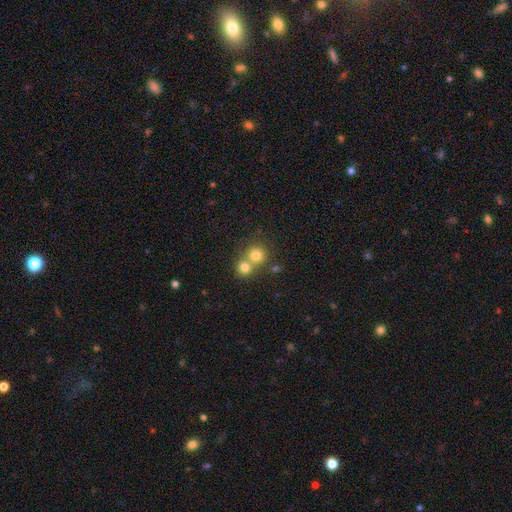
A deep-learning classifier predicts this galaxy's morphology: Smooth or featured: smooth — 77% (star or artifact — 13%)
How rounded: round — 88% (in between — 11%)
Merging: merger — 51% (none — 42%)